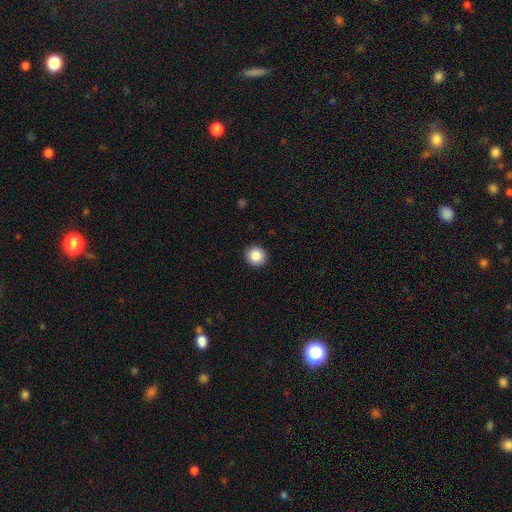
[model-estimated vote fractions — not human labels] A smooth galaxy with no disk features (86%) that is round (89%).

Vote fractions:
- Smooth or featured? smooth: 86% / star or artifact: 9% / featured or disk: 5%
- How rounded? round: 89% / in between: 10% / cigar-shaped: 1%
- Merging? none: 92% / minor disturbance: 5% / major disturbance: 2% / merger: 1%